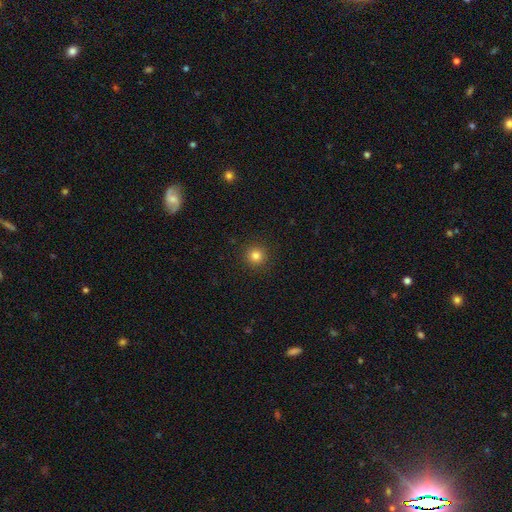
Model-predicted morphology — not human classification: type=smooth (82%); roundness=round (95%); merging=none (92%).